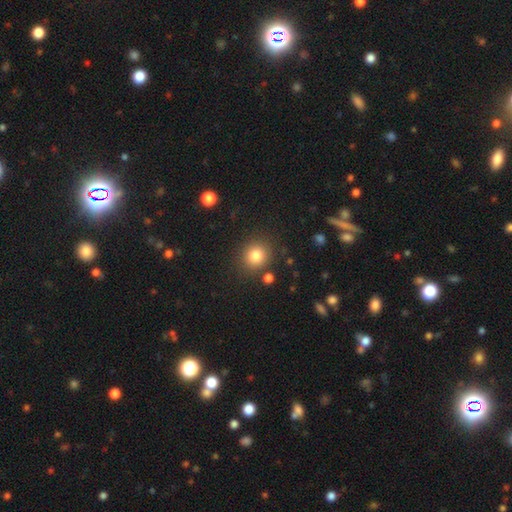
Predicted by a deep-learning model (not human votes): smooth-or-featured: smooth: 82% | star or artifact: 11% | featured or disk: 7%
  how-rounded: round: 86% | in between: 13% | cigar-shaped: 1%
  merging: none: 85% | minor disturbance: 8% | merger: 4% | major disturbance: 3%